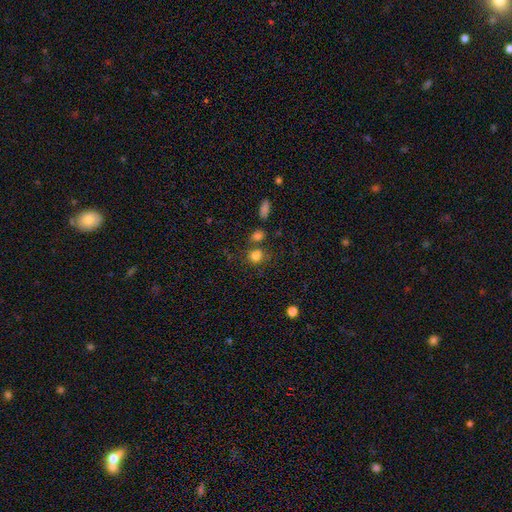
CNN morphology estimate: Smooth or featured? Predicted: smooth (p=0.80). How rounded? Predicted: round (p=0.80). Merging? Predicted: none (p=0.67).